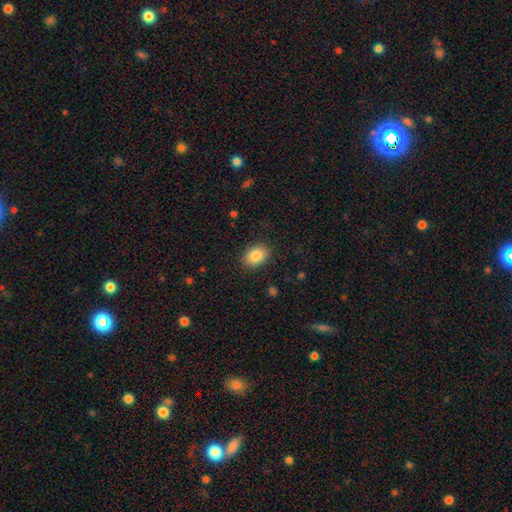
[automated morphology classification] Smooth or featured? Predicted: smooth (p=0.86). How rounded? Predicted: in between (p=0.74). Merging? Predicted: none (p=0.88).